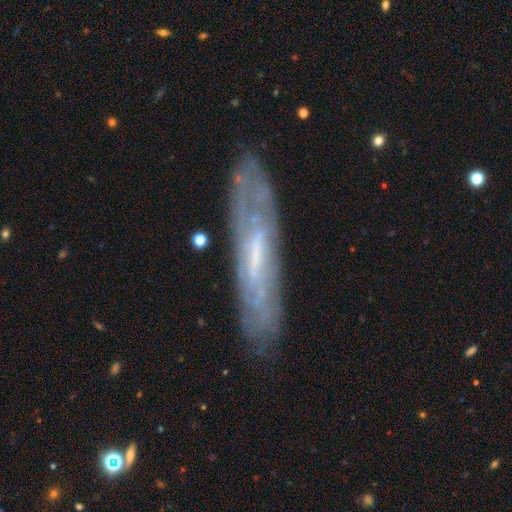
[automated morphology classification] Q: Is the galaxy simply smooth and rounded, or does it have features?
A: featured or disk — 66%.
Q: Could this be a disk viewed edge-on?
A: no — 53%.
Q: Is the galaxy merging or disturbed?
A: none — 79%.